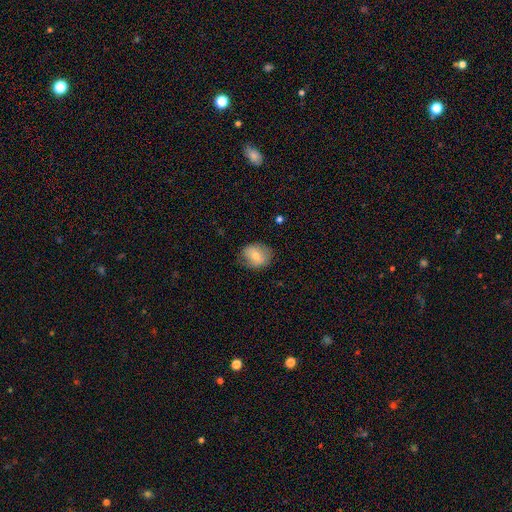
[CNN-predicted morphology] smooth 63%, featured or disk 28%, star or artifact 9%. Down the decision tree: how rounded — round (57%); merging — none (75%).